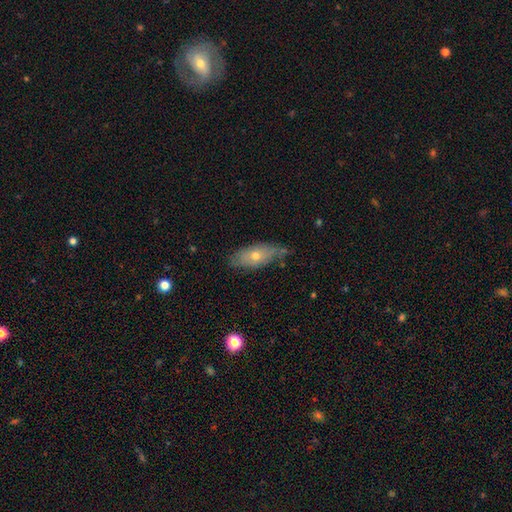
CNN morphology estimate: A smooth galaxy with no disk features (56%) that is in between round and cigar-shaped (76%). Merging: none (65%).